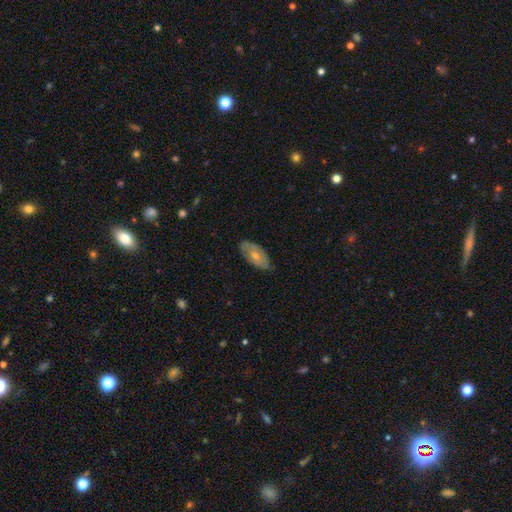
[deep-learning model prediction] Smooth or featured? Predicted: smooth (p=0.59). How rounded? Predicted: in between (p=0.92). Merging? Predicted: none (p=0.70).